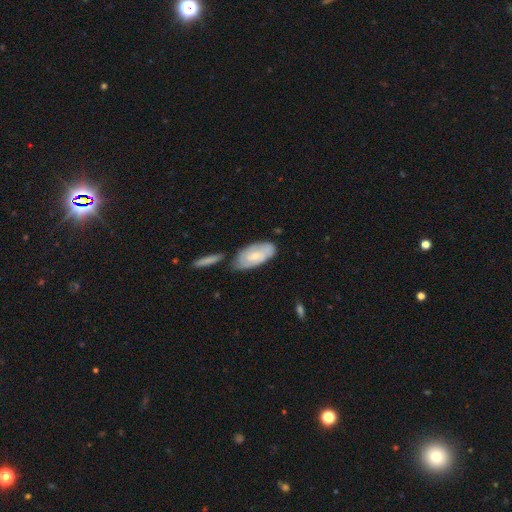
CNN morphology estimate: smooth_or_featured: featured or disk (p=0.52) [alt: smooth p=0.42]
disk_edge_on: no (p=0.91) [alt: yes p=0.09]
merging: none (p=0.60) [alt: minor disturbance p=0.21]